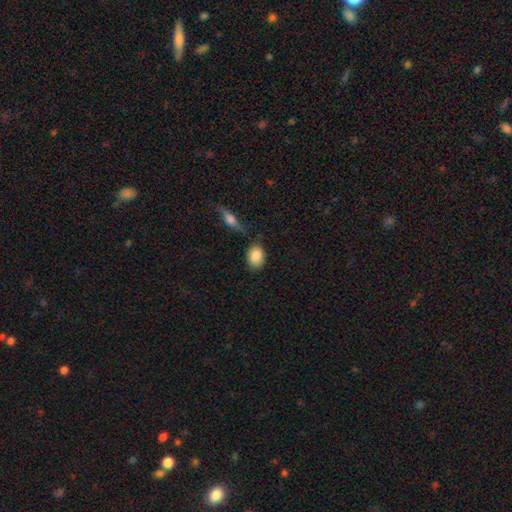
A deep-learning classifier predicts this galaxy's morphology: Smooth or featured: smooth — 86% (featured or disk — 7%)
How rounded: in between — 74% (round — 24%)
Merging: none — 76% (minor disturbance — 14%)